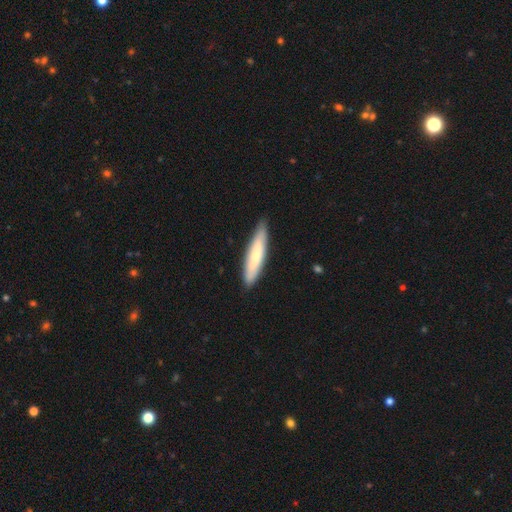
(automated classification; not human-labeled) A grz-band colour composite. It shows a smooth galaxy with no disk features (67%) that is cigar-shaped (83%). Merging: none (86%).